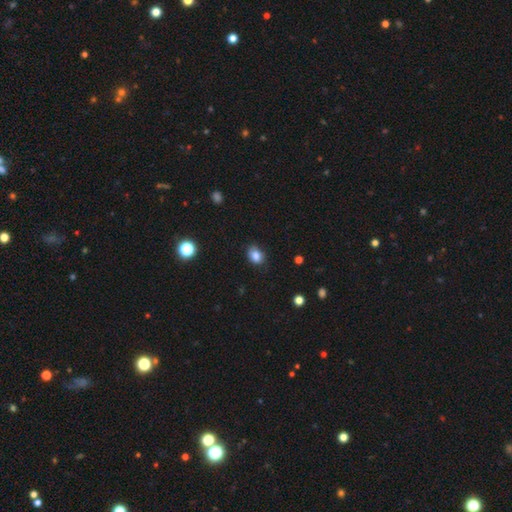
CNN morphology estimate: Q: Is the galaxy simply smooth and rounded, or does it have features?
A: smooth — 83%.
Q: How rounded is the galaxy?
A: in between — 65%.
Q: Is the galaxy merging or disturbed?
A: none — 76%.